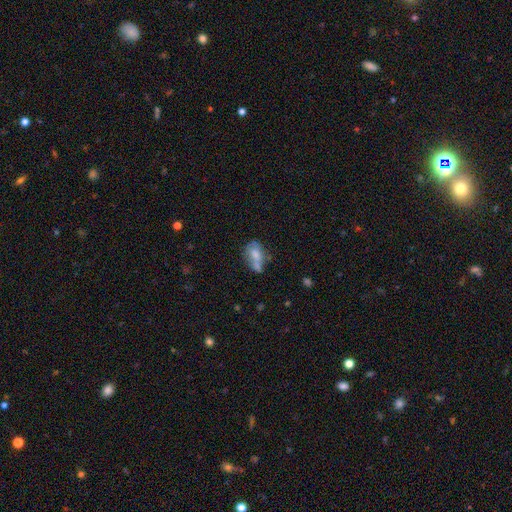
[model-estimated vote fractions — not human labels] Smooth or featured? Predicted: smooth (p=0.64). How rounded? Predicted: in between (p=0.81). Merging? Predicted: merger (p=0.34).